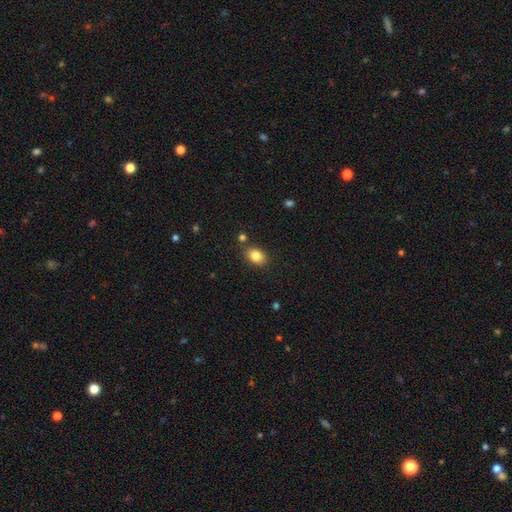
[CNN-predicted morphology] Smooth or featured: smooth — 84% (star or artifact — 9%)
How rounded: in between — 78% (round — 20%)
Merging: none — 81% (minor disturbance — 11%)